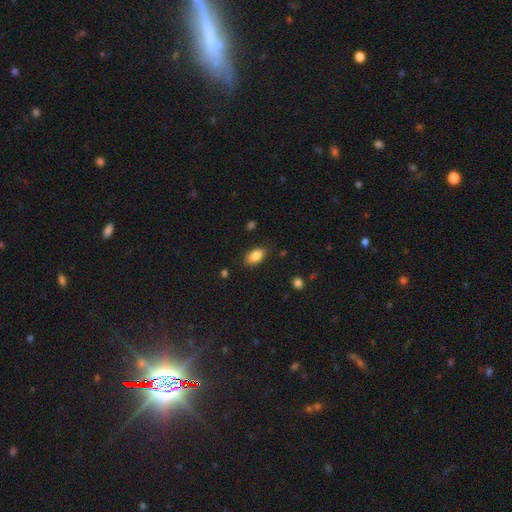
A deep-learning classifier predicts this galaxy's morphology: A smooth galaxy with no disk features (85%) that is in between round and cigar-shaped (91%).

Vote fractions:
- Smooth or featured? smooth: 85% / star or artifact: 8% / featured or disk: 8%
- How rounded? in between: 91% / round: 6% / cigar-shaped: 3%
- Merging? none: 83% / minor disturbance: 13% / major disturbance: 3% / merger: 1%